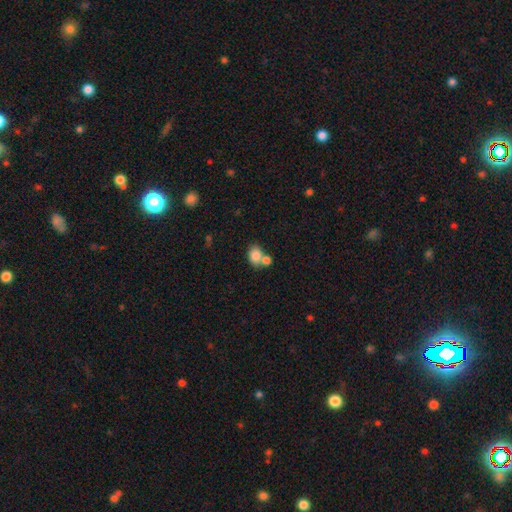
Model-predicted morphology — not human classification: Smooth or featured? smooth (82%)
How rounded? in between (63%)
Merging? merger (45%)